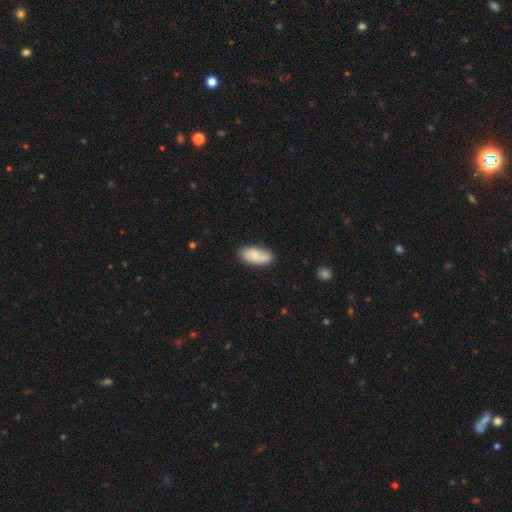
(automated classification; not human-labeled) smooth 74%, featured or disk 19%, star or artifact 7%. Down the decision tree: how rounded — in between (90%); merging — none (67%).